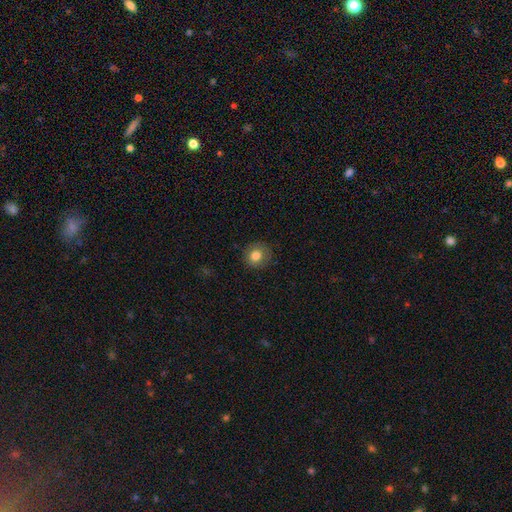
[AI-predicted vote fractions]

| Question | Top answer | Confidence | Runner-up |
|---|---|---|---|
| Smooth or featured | smooth | 80% | featured or disk (10%) |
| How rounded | round | 88% | in between (11%) |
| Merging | none | 84% | minor disturbance (12%) |